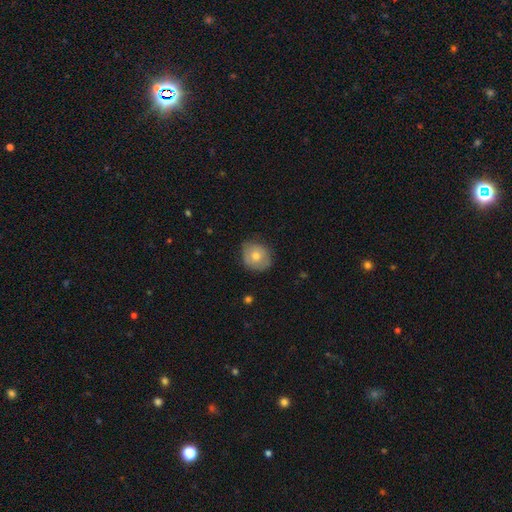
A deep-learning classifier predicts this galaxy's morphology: type=smooth (67%); roundness=round (80%); merging=none (78%).